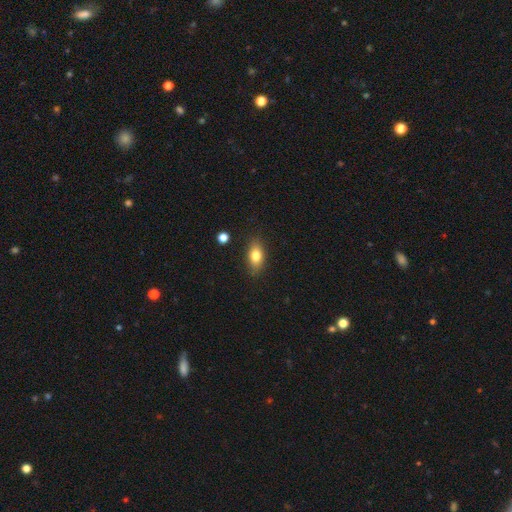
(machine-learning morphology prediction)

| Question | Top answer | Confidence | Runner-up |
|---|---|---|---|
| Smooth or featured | smooth | 78% | featured or disk (13%) |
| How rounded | in between | 83% | round (10%) |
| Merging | none | 84% | minor disturbance (12%) |